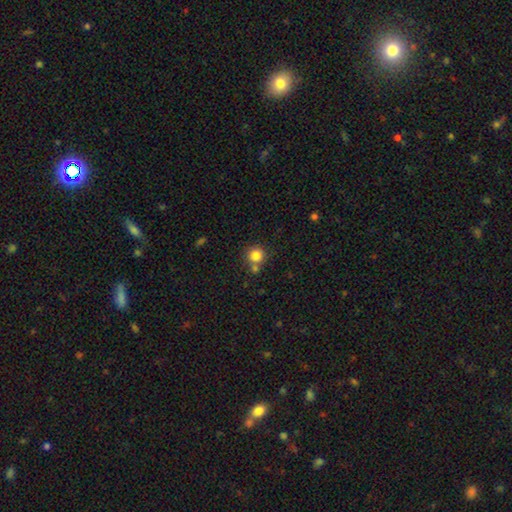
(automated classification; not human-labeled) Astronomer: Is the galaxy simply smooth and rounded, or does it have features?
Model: smooth — 83%.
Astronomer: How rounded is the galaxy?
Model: round — 93%.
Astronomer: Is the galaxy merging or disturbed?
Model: none — 68%.